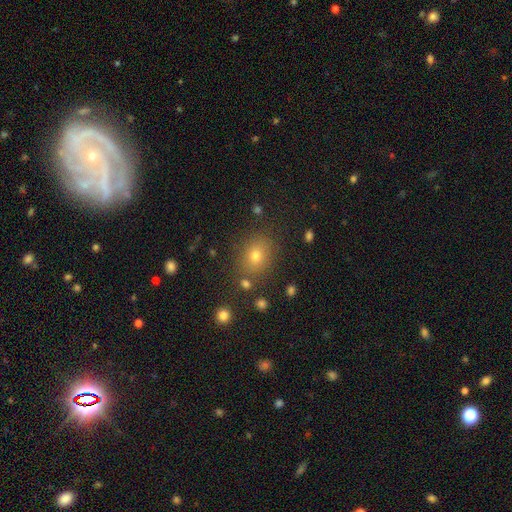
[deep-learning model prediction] Smooth or featured? Predicted: smooth (p=0.72). How rounded? Predicted: round (p=0.58). Merging? Predicted: none (p=0.82).